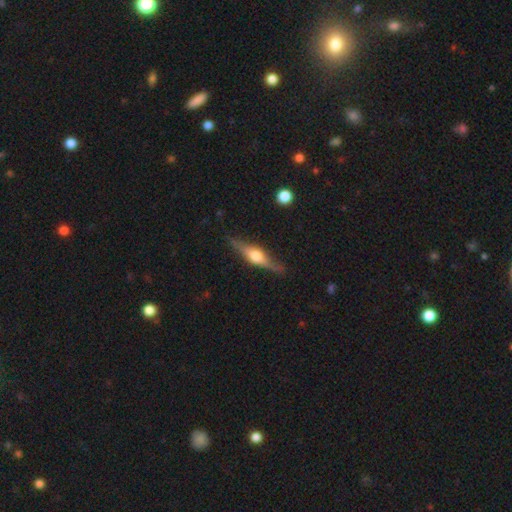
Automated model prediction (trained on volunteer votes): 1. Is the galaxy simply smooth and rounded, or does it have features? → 74% featured or disk, 21% smooth, 5% star or artifact.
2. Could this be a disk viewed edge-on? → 96% yes, 4% no.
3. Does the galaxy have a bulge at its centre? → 90% rounded, 8% boxy, 2% none.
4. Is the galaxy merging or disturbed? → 84% none, 12% minor disturbance, 3% major disturbance, 1% merger.